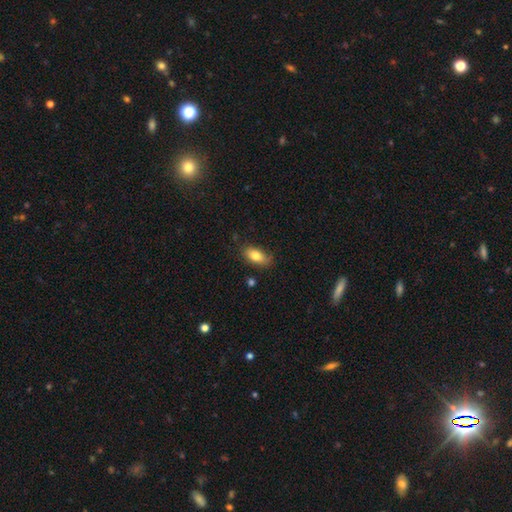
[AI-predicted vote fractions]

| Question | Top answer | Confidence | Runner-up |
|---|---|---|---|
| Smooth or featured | smooth | 80% | featured or disk (12%) |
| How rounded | in between | 88% | cigar-shaped (7%) |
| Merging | none | 72% | minor disturbance (21%) |